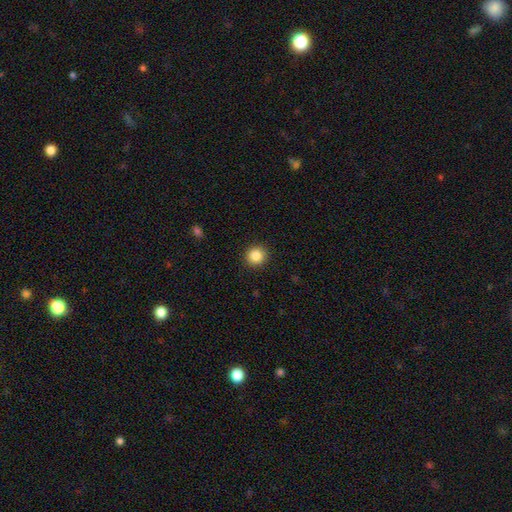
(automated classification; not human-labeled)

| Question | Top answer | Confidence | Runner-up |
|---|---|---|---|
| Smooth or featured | smooth | 87% | star or artifact (10%) |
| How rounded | round | 91% | in between (8%) |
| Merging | none | 91% | minor disturbance (6%) |